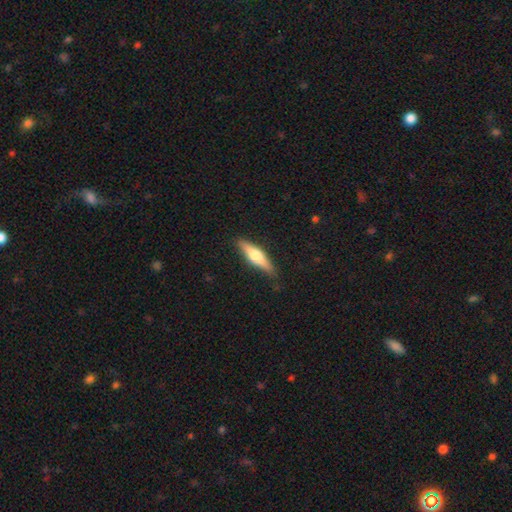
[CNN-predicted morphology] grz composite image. It shows a featured or disk galaxy (48%). Merging: none (86%).